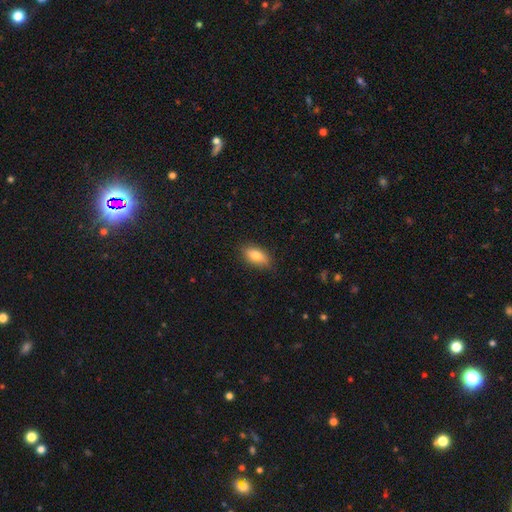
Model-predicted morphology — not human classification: This is likely a smooth galaxy (79%). How rounded: clearly in between (86%). Merging: likely none (80%).